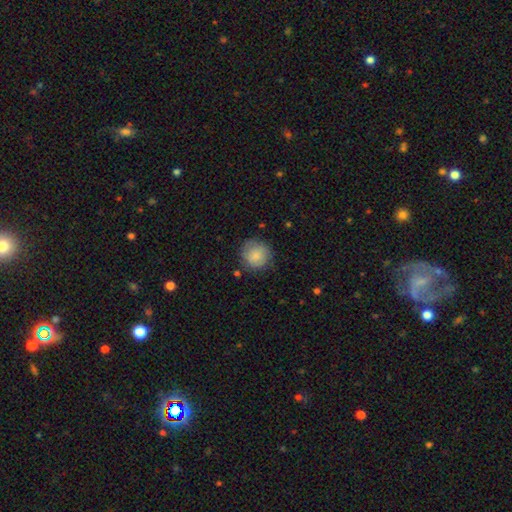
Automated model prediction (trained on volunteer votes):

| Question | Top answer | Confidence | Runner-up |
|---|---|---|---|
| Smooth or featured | smooth | 81% | featured or disk (12%) |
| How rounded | round | 93% | in between (6%) |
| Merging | none | 76% | minor disturbance (17%) |